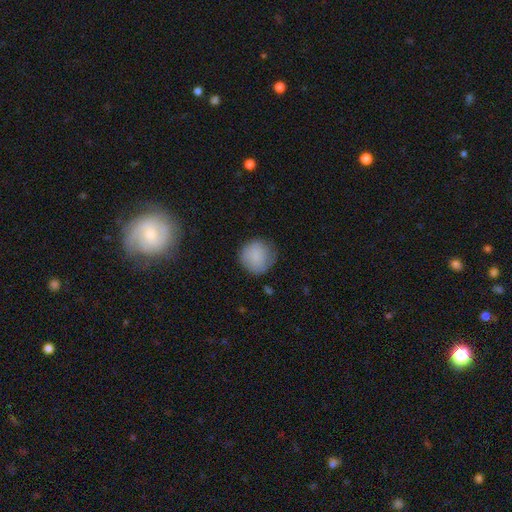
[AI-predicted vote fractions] smooth 84%, featured or disk 9%, star or artifact 7%. Down the decision tree: how rounded — round (93%); merging — none (76%).